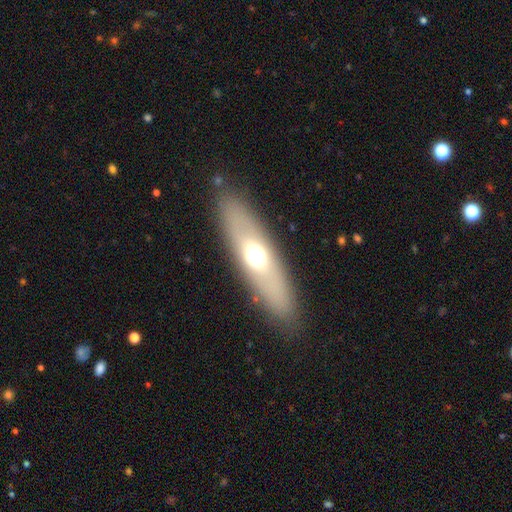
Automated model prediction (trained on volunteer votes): A smooth galaxy with no disk features (53%) that is cigar-shaped (49%). Merging: none (87%).